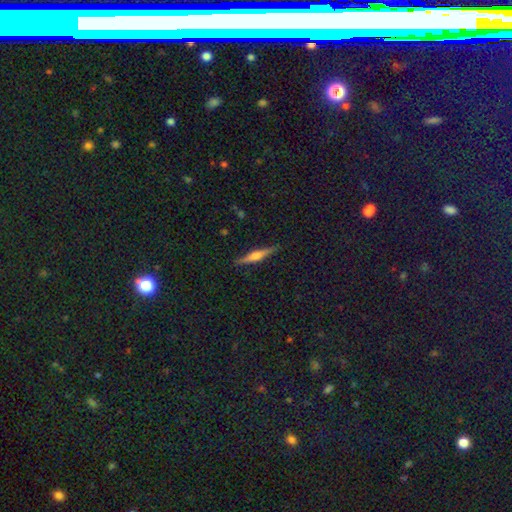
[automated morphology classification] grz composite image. It shows a featured or disk galaxy (62%) viewed edge-on (97%) with a rounded central bulge (75%). Merging: none (90%).